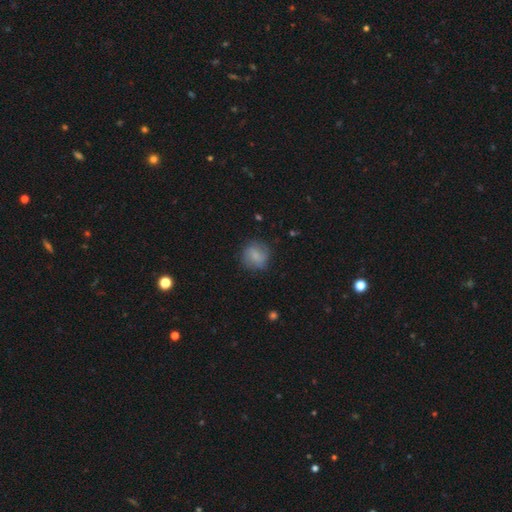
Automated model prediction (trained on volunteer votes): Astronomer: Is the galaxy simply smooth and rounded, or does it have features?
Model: smooth — 71%.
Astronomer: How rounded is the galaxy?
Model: round — 86%.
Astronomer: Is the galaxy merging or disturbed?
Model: none — 78%.